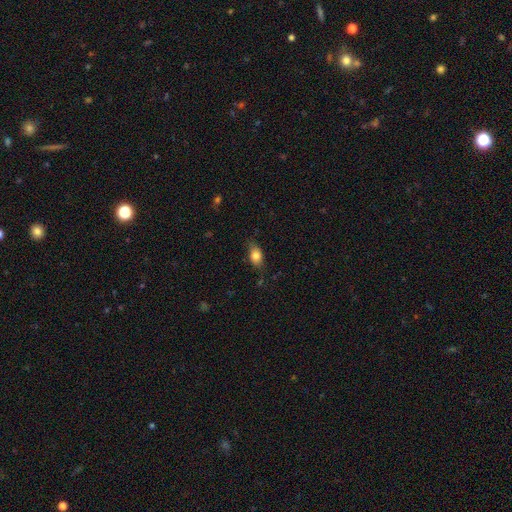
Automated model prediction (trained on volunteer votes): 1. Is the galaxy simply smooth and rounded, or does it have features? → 79% smooth, 12% featured or disk, 8% star or artifact.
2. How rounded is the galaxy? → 82% in between, 14% round, 4% cigar-shaped.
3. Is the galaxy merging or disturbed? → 72% none, 22% minor disturbance, 5% major disturbance, 1% merger.